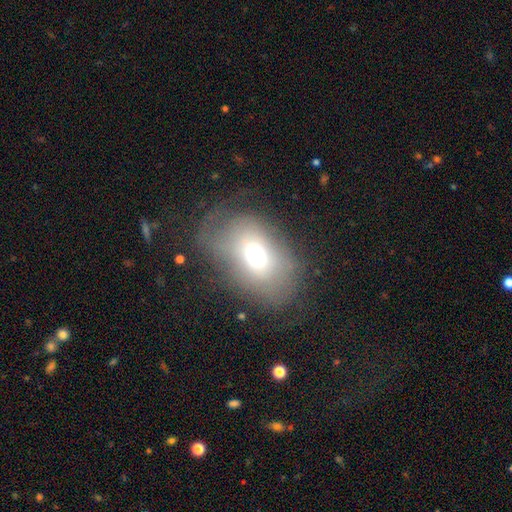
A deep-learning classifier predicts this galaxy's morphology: smooth_or_featured: smooth (p=0.62) [alt: featured or disk p=0.26]
how_rounded: in between (p=0.78) [alt: round p=0.21]
merging: none (p=0.52) [alt: minor disturbance p=0.26]